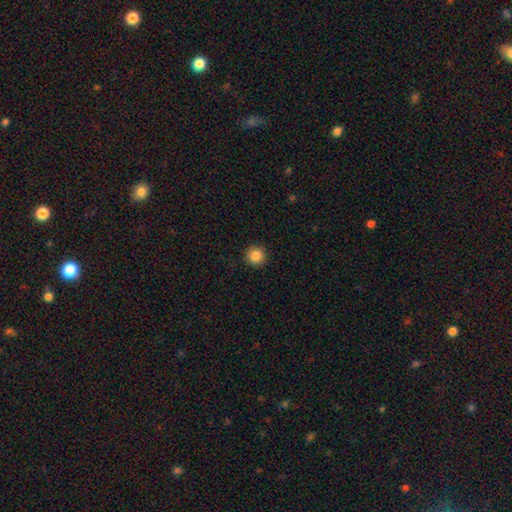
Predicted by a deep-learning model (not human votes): The model was most divided on "smooth or featured": smooth: 86%, star or artifact: 10%, featured or disk: 4%. More confident: how rounded — round (95%); merging — none (92%).